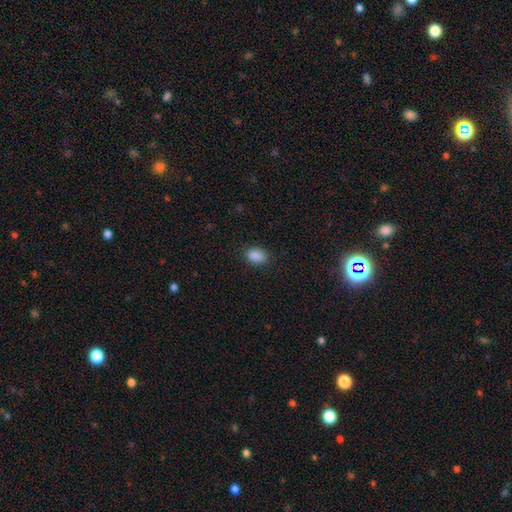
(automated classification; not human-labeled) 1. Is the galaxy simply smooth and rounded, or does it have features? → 88% smooth, 9% star or artifact, 3% featured or disk.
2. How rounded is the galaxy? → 86% in between, 13% round, 2% cigar-shaped.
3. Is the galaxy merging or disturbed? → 84% none, 12% minor disturbance, 3% major disturbance, 1% merger.